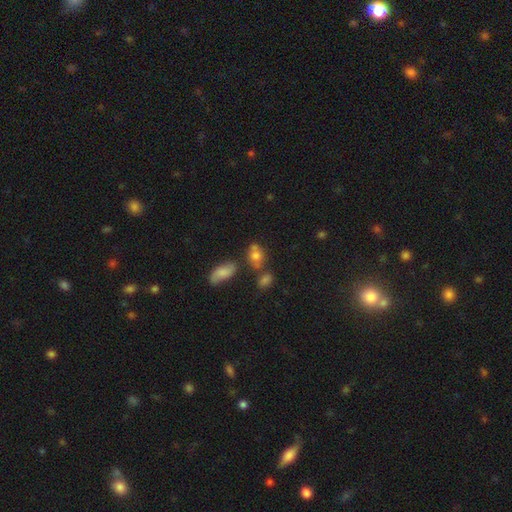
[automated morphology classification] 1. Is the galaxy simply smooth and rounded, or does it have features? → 71% smooth, 15% featured or disk, 14% star or artifact.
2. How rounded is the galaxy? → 55% in between, 42% round, 3% cigar-shaped.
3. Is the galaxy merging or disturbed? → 50% none, 25% merger, 18% minor disturbance, 7% major disturbance.